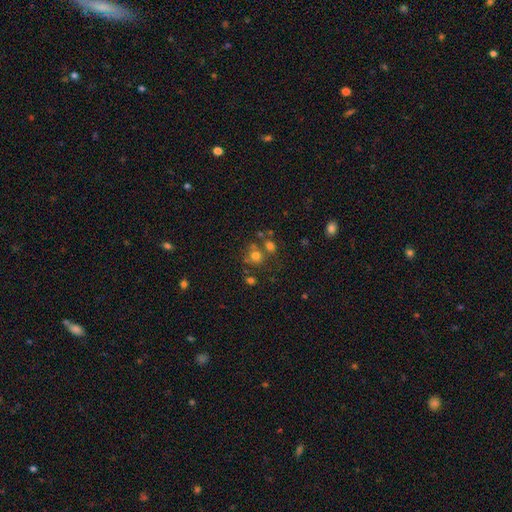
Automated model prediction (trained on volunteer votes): A smooth galaxy with no disk features (68%) that is round (82%). Merging: none (57%).